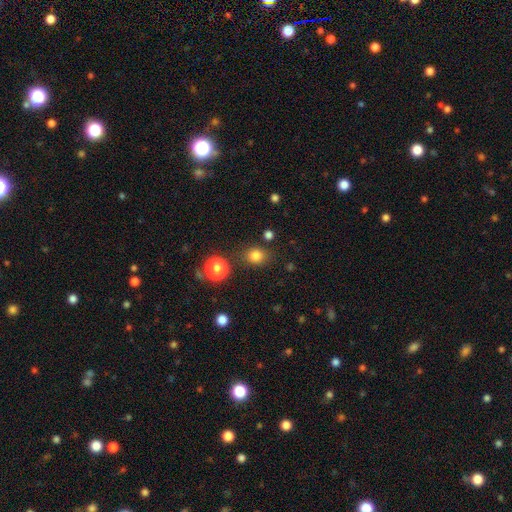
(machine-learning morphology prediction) smooth 80%, star or artifact 14%, featured or disk 5%. Down the decision tree: how rounded — round (69%); merging — none (81%).